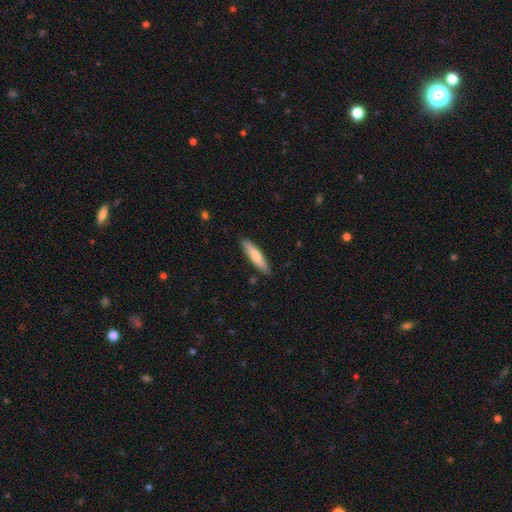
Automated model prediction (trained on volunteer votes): Smooth or featured?
  - smooth: 74% *
  - featured or disk: 21%
  - star or artifact: 5%
How rounded?
  - cigar-shaped: 79% *
  - in between: 19%
  - round: 1%
Merging?
  - none: 87% *
  - minor disturbance: 10%
  - major disturbance: 2%
  - merger: 1%